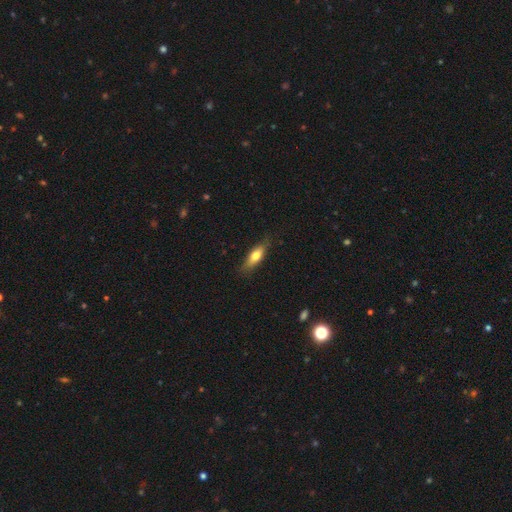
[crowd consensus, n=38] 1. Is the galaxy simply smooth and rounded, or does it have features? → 68% smooth, 26% featured or disk, 5% star or artifact.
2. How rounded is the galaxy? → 58% cigar-shaped, 42% in between, 0% round.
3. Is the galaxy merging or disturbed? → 75% none, 25% minor disturbance, 0% major disturbance, 0% merger.